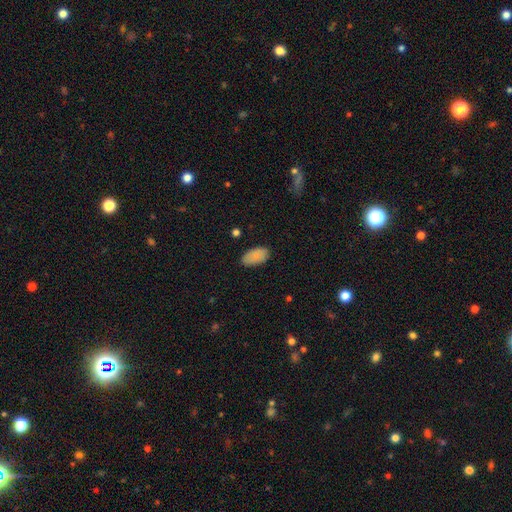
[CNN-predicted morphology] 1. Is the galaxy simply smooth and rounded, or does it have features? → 84% smooth, 9% featured or disk, 7% star or artifact.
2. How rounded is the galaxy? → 94% in between, 3% round, 2% cigar-shaped.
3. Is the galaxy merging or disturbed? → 83% none, 13% minor disturbance, 3% major disturbance, 1% merger.